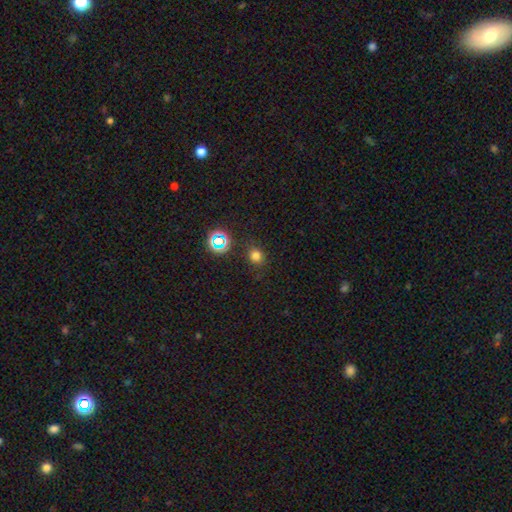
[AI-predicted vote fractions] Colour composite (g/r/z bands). It shows a smooth galaxy with no disk features (74%) that is round (77%). Merging: none (84%).